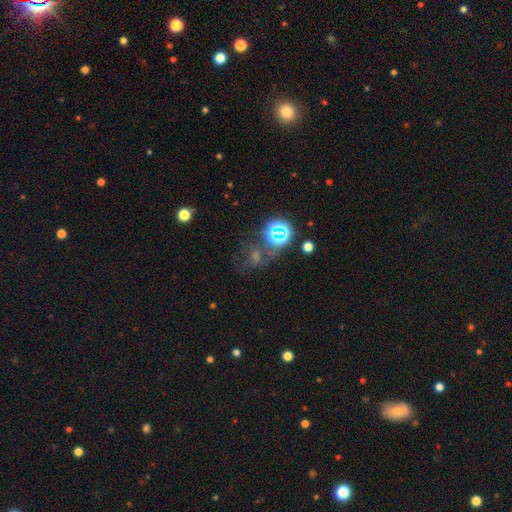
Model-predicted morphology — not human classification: A star or artifact, not a galaxy (55%).